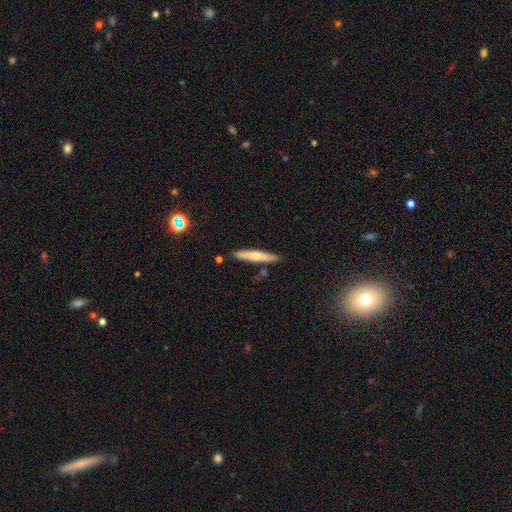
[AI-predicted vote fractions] A smooth galaxy with no disk features (60%) that is cigar-shaped (92%). Merging: none (82%).